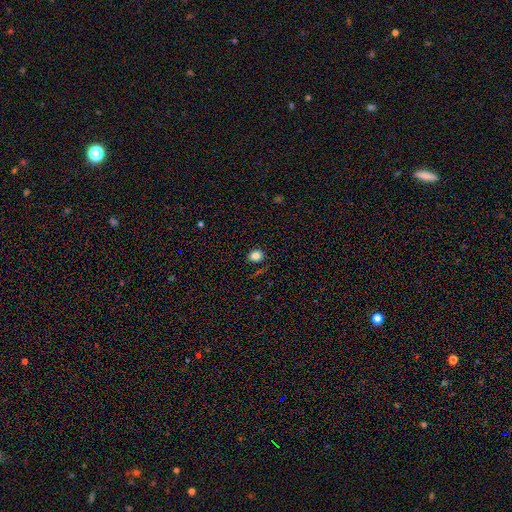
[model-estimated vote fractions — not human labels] Smooth or featured? smooth (82%)
How rounded? round (63%)
Merging? none (85%)